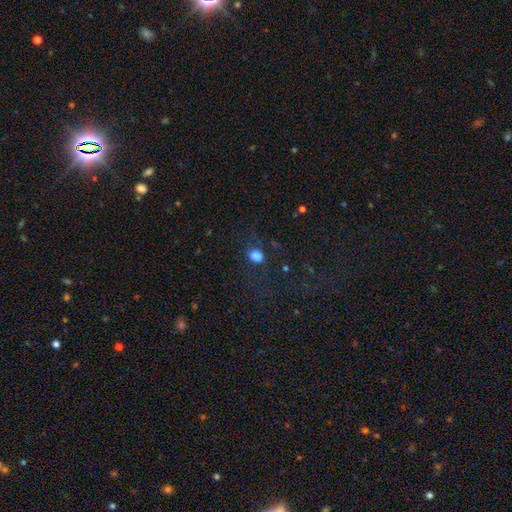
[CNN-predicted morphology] A smooth galaxy with no disk features (79%) that is in between round and cigar-shaped (57%).

Vote fractions:
- Smooth or featured? smooth: 79% / star or artifact: 14% / featured or disk: 6%
- How rounded? in between: 57% / round: 42% / cigar-shaped: 1%
- Merging? none: 72% / minor disturbance: 16% / major disturbance: 9% / merger: 2%